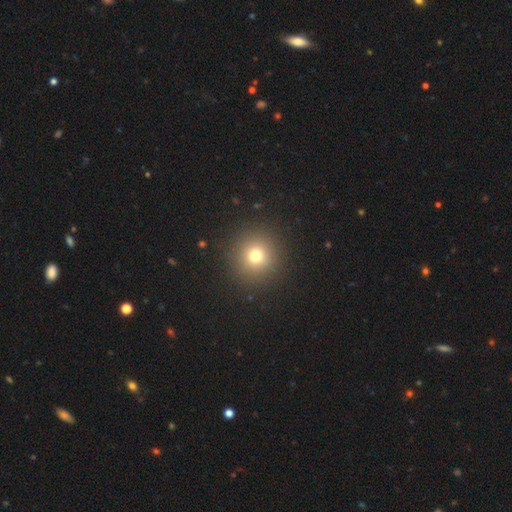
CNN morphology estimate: The model was most divided on "smooth or featured": smooth: 73%, star or artifact: 17%, featured or disk: 9%. More confident: how rounded — round (94%); merging — none (91%).